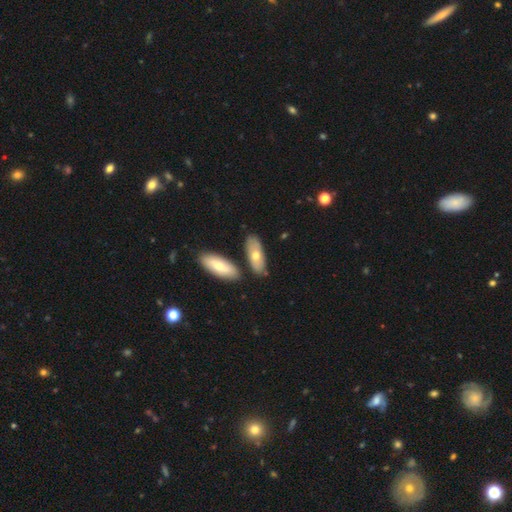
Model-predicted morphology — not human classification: This is likely a smooth galaxy (65%). How rounded: likely in between (78%). Merging: likely none (73%).